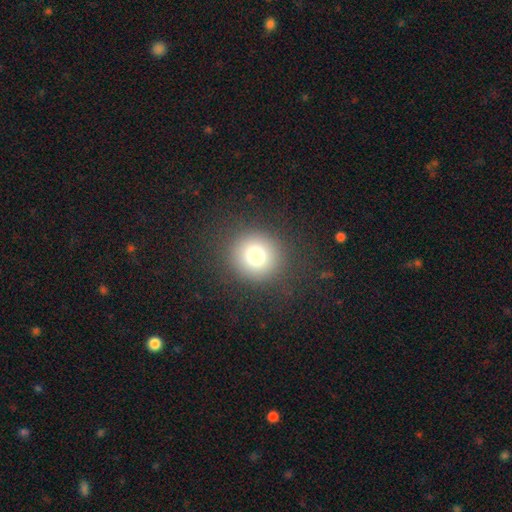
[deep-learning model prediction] Q: Smooth or featured?
A: smooth (77%); runner-up: star or artifact (14%)
Q: How rounded?
A: round (91%); runner-up: in between (8%)
Q: Merging?
A: none (88%); runner-up: minor disturbance (7%)